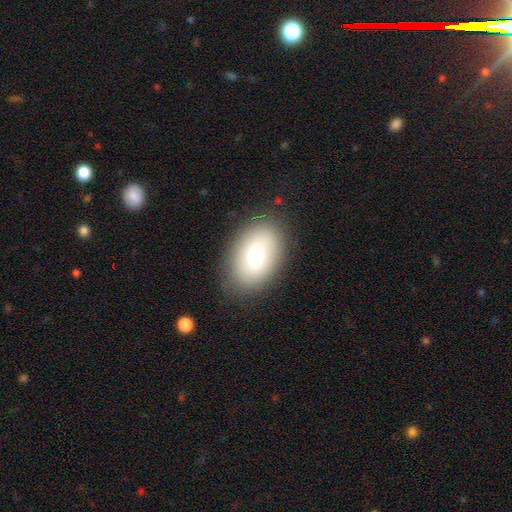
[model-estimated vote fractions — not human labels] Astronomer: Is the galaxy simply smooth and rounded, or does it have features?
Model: smooth — 71%.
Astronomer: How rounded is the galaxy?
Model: in between — 85%.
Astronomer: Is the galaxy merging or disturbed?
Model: none — 85%.